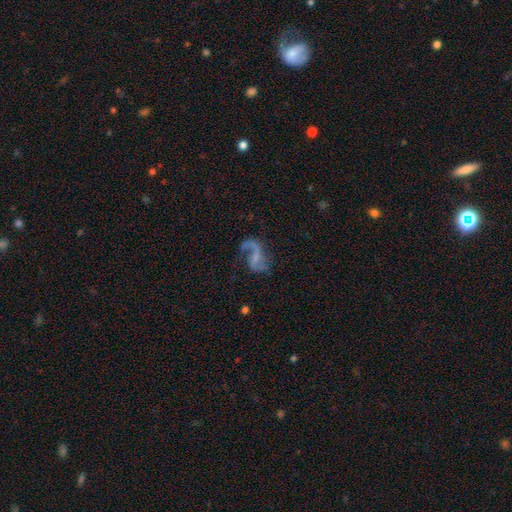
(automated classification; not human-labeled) Smooth or featured? Predicted: featured or disk (p=0.81). Edge-on disk? Predicted: no (p=0.98). Bar? Predicted: weak (p=0.44). Spiral arms? Predicted: yes (p=0.92). Spiral winding? Predicted: loose (p=0.70). Spiral arm count? Predicted: 2 (p=0.66). Bulge size? Predicted: none (p=0.51). Merging? Predicted: none (p=0.49).